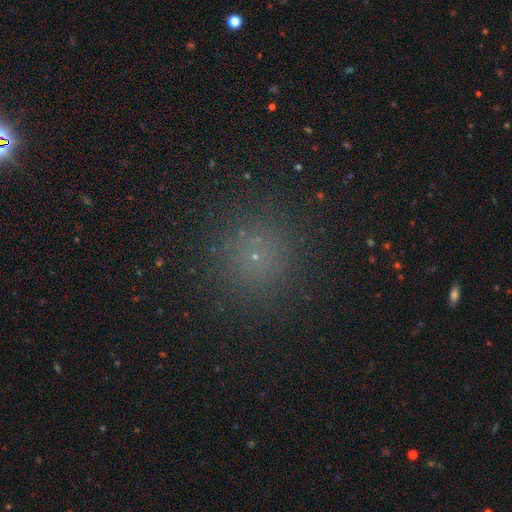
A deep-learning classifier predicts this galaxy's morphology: Smooth or featured? Predicted: smooth (p=0.63). How rounded? Predicted: round (p=0.95). Merging? Predicted: none (p=0.89).